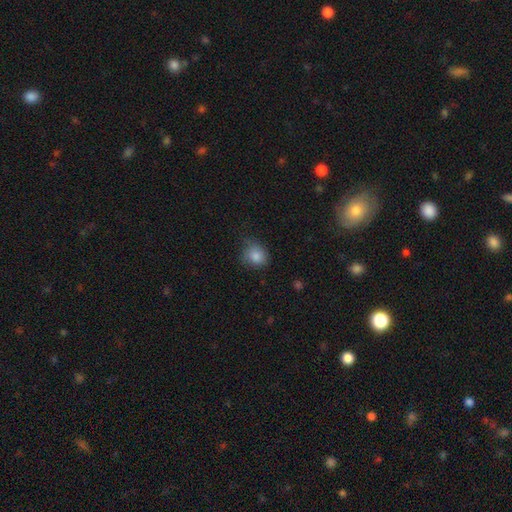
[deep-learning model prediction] Smooth or featured?
  - smooth: 84% *
  - star or artifact: 9%
  - featured or disk: 6%
How rounded?
  - round: 73% *
  - in between: 26%
  - cigar-shaped: 1%
Merging?
  - none: 62% *
  - minor disturbance: 29%
  - major disturbance: 7%
  - merger: 1%